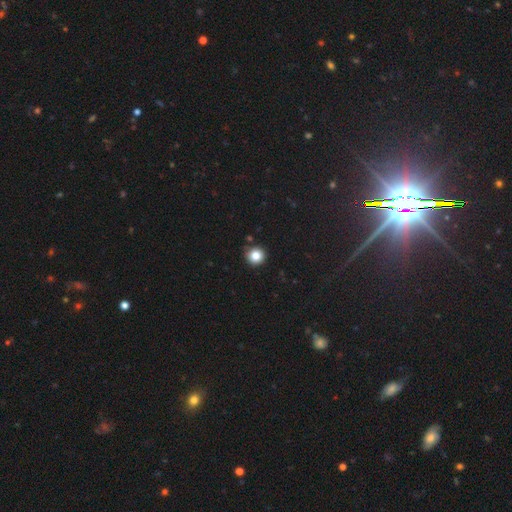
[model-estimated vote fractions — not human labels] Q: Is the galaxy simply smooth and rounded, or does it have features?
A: smooth — 83%.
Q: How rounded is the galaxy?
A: round — 94%.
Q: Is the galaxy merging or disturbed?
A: none — 88%.